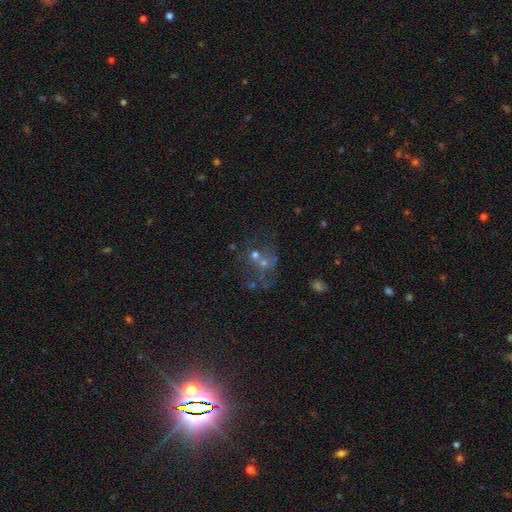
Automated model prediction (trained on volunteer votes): featured or disk 40%, smooth 31%, star or artifact 29%. Down the decision tree: merging — none (37%).